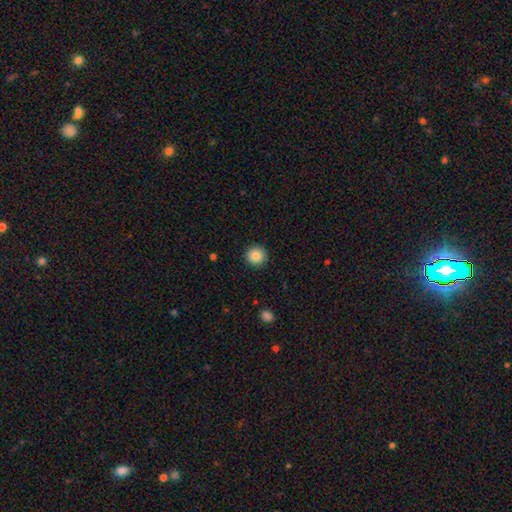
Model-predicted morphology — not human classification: The model was most divided on "smooth or featured": smooth: 85%, star or artifact: 9%, featured or disk: 6%. More confident: how rounded — round (94%); merging — none (90%).